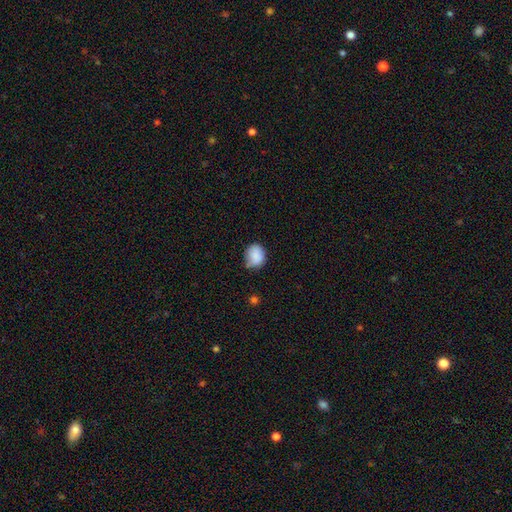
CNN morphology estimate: Overall: smooth (84%). How rounded: round (63%; in between 36%). Merging: none (56%; minor disturbance 34%).